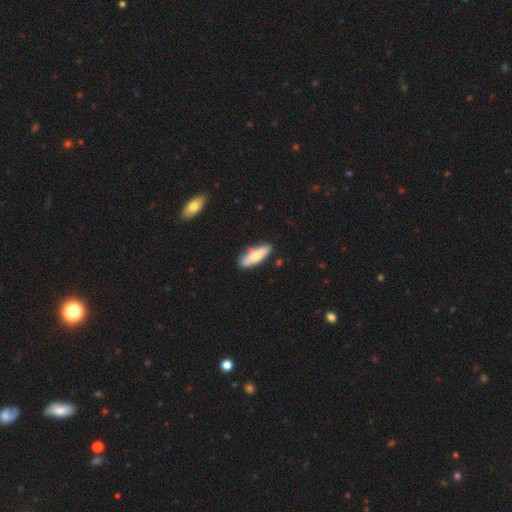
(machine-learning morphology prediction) A smooth galaxy with no disk features (70%) that is in between round and cigar-shaped (53%). Merging: none (79%).